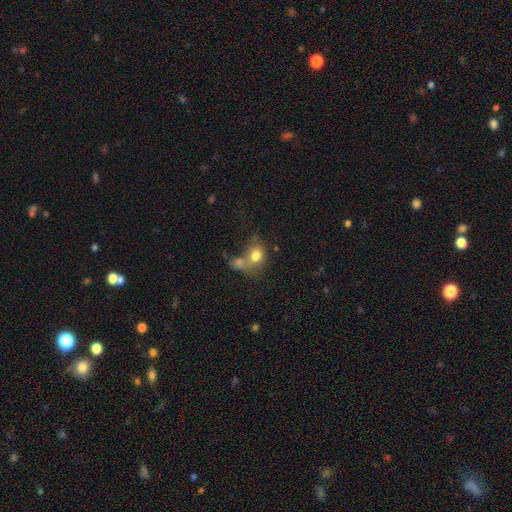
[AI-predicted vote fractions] This is likely a smooth galaxy (75%). How rounded: likely round (61%). Merging: possibly merger (52%).